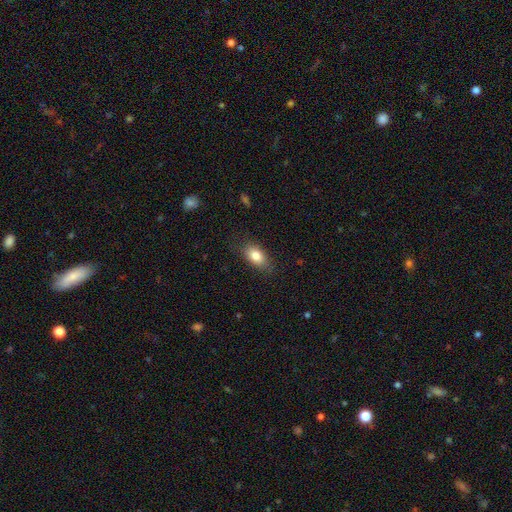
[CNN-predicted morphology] Smooth or featured?
  - smooth: 81% *
  - featured or disk: 11%
  - star or artifact: 8%
How rounded?
  - in between: 88% *
  - round: 8%
  - cigar-shaped: 4%
Merging?
  - none: 80% *
  - minor disturbance: 15%
  - major disturbance: 4%
  - merger: 1%